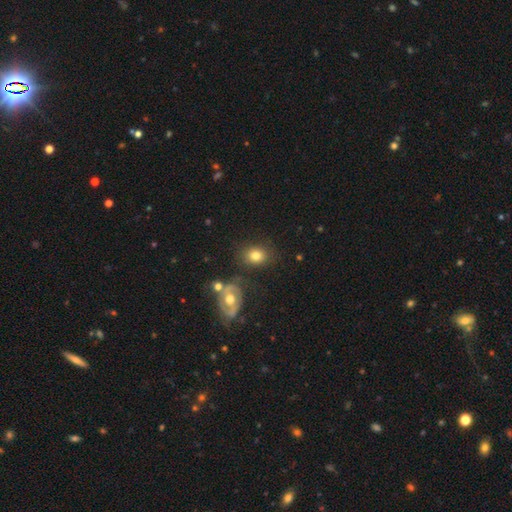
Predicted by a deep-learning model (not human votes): Smooth or featured?
  - smooth: 75% *
  - featured or disk: 16%
  - star or artifact: 10%
How rounded?
  - in between: 50% *
  - round: 49%
  - cigar-shaped: 1%
Merging?
  - none: 73% *
  - minor disturbance: 14%
  - merger: 8%
  - major disturbance: 5%